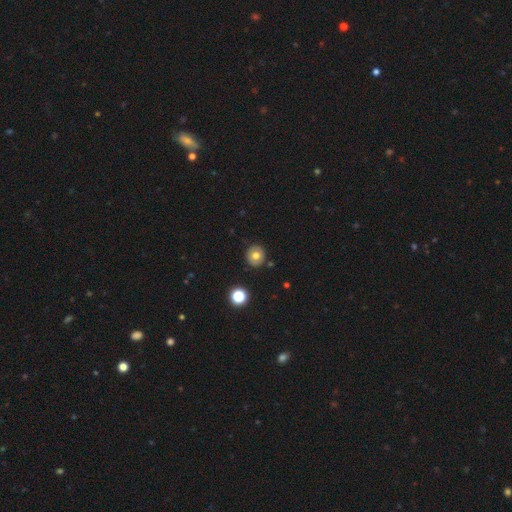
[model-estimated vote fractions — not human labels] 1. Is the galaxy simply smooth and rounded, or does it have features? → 73% smooth, 16% featured or disk, 12% star or artifact.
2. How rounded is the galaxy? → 91% round, 8% in between, 1% cigar-shaped.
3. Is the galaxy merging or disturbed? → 88% none, 7% minor disturbance, 2% merger, 2% major disturbance.